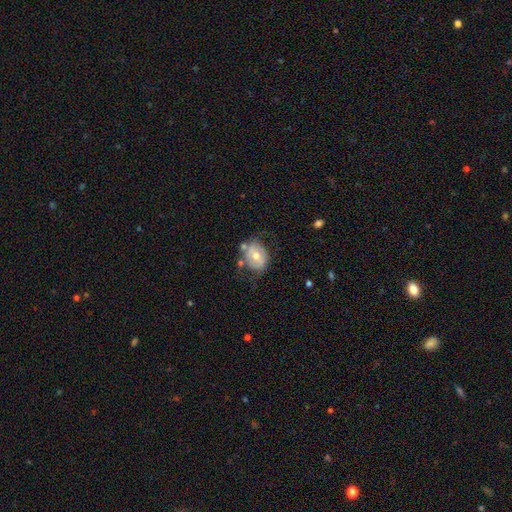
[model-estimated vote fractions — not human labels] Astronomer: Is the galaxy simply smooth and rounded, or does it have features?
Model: featured or disk — 49% (runner-up: smooth, 42%).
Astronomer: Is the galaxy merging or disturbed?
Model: none — 56%.